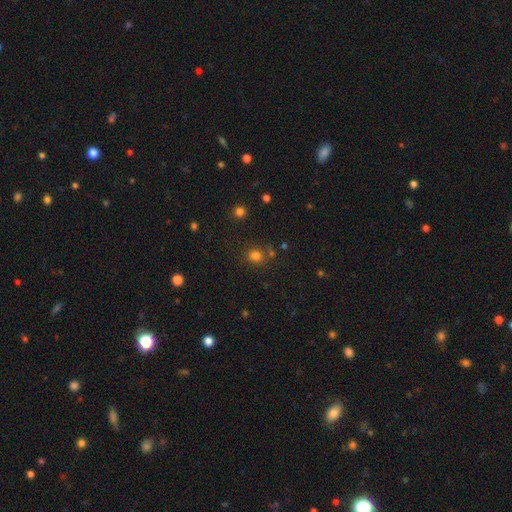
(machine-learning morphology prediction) Smooth or featured: smooth — 77% (star or artifact — 17%)
How rounded: round — 76% (in between — 23%)
Merging: none — 75% (minor disturbance — 12%)